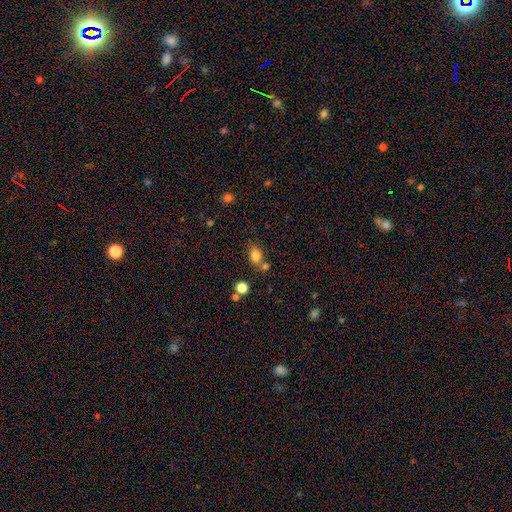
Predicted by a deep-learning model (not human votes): Overall: smooth (81%). How rounded: in between (77%). Merging: none (57%; merger 24%).